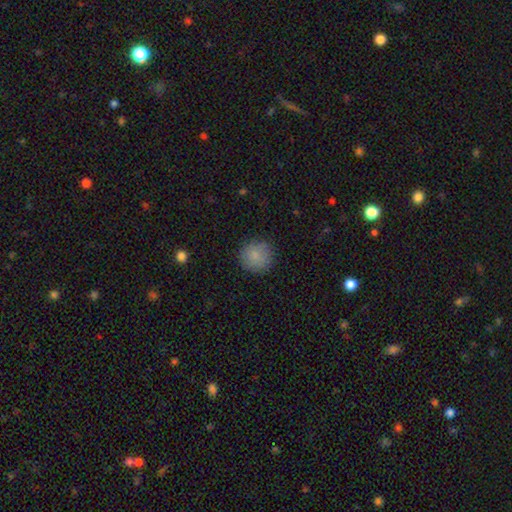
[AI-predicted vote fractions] Smooth or featured? smooth (85%)
How rounded? round (93%)
Merging? none (85%)